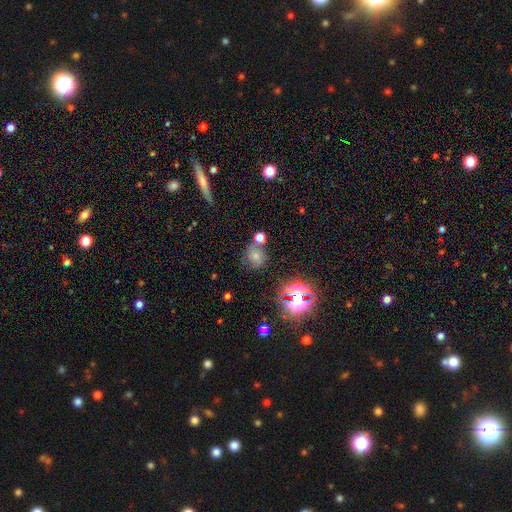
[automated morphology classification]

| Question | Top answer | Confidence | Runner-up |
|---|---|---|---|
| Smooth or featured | smooth | 47% | star or artifact (28%) |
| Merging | none | 60% | minor disturbance (16%) |